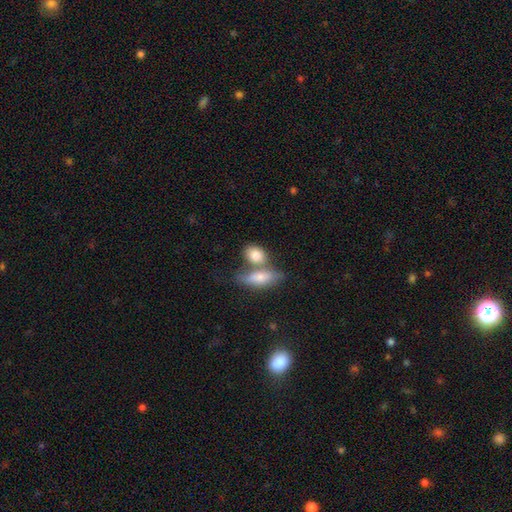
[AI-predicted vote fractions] Smooth or featured?
  - smooth: 81% *
  - featured or disk: 13%
  - star or artifact: 6%
How rounded?
  - in between: 71% *
  - round: 22%
  - cigar-shaped: 7%
Merging?
  - merger: 47% *
  - none: 37%
  - minor disturbance: 11%
  - major disturbance: 5%